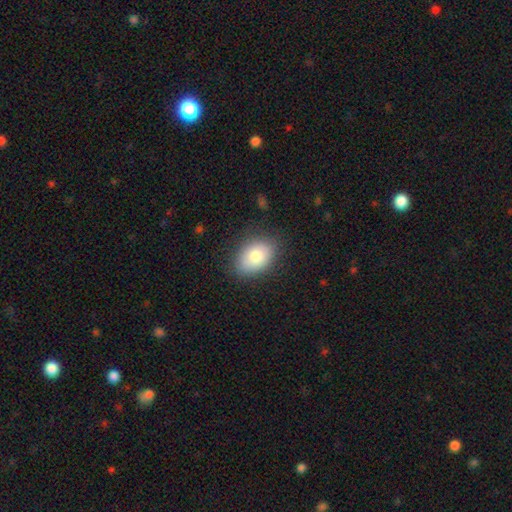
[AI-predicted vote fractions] Smooth or featured: smooth — 80% (featured or disk — 12%)
How rounded: in between — 84% (round — 15%)
Merging: none — 82% (minor disturbance — 13%)